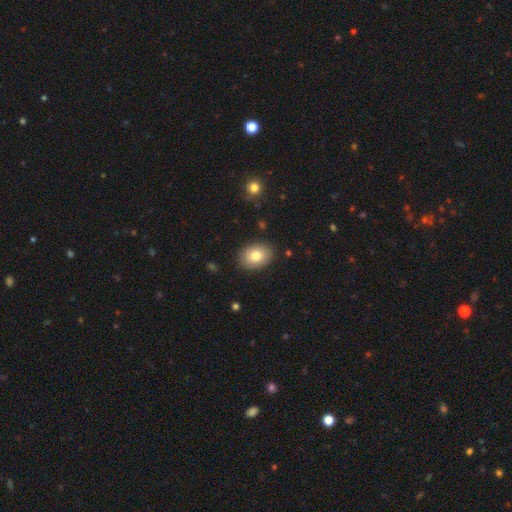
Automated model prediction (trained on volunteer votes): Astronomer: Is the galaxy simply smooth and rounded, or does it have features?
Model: smooth — 79%.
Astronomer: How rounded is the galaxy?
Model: in between — 70%.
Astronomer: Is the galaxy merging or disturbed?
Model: none — 87%.